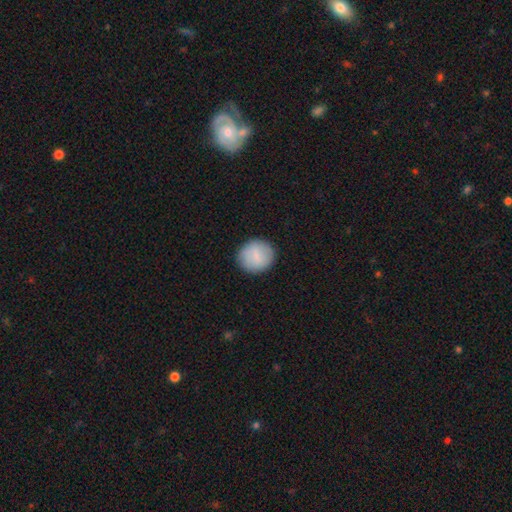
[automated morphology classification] Smooth or featured?
  - smooth: 81% *
  - featured or disk: 12%
  - star or artifact: 7%
How rounded?
  - round: 88% *
  - in between: 11%
  - cigar-shaped: 1%
Merging?
  - none: 88% *
  - minor disturbance: 9%
  - major disturbance: 3%
  - merger: 1%